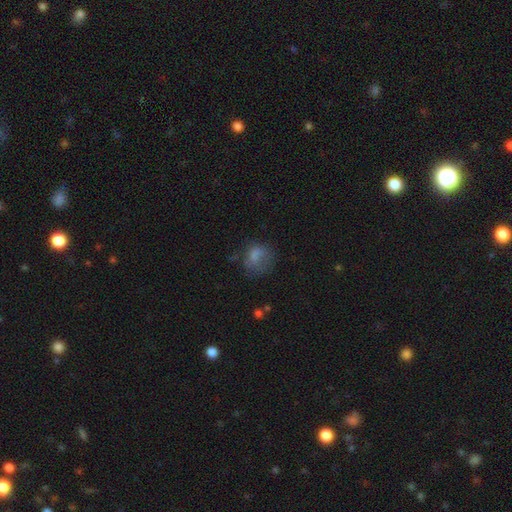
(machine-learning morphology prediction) smooth 71%, featured or disk 16%, star or artifact 13%. Down the decision tree: how rounded — round (55%); merging — none (45%).